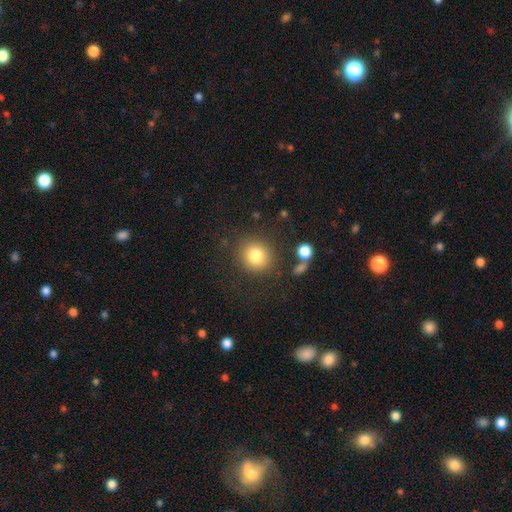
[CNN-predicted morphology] type=smooth (81%); roundness=round (86%); merging=none (83%).